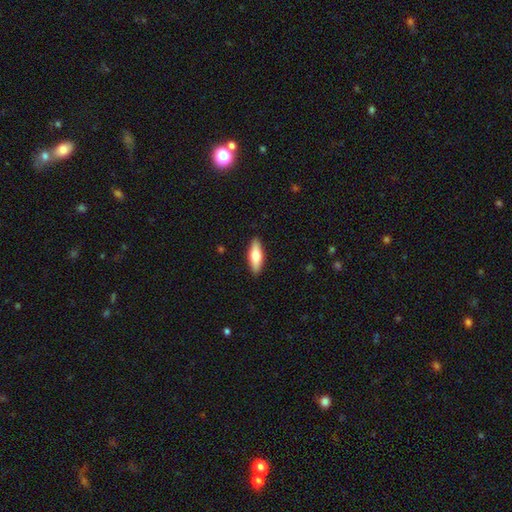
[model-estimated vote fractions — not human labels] Morphology: type=smooth (66%); roundness=in between (59%); merging=none (89%).